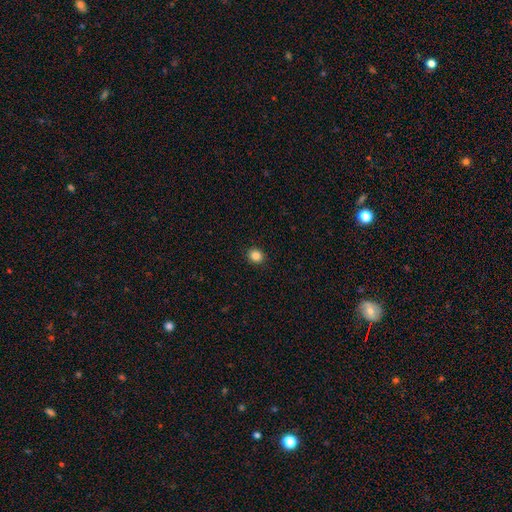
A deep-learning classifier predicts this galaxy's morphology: A smooth galaxy with no disk features (85%) that is round (78%).

Vote fractions:
- Smooth or featured? smooth: 85% / star or artifact: 11% / featured or disk: 4%
- How rounded? round: 78% / in between: 21% / cigar-shaped: 1%
- Merging? none: 92% / minor disturbance: 5% / major disturbance: 2% / merger: 1%